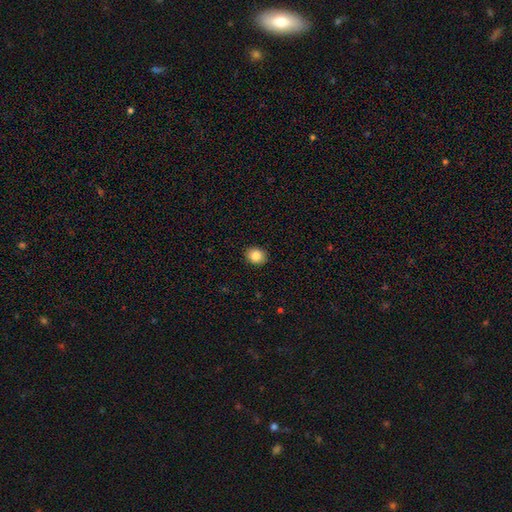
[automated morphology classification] type=smooth (85%); roundness=round (59%); merging=none (91%).